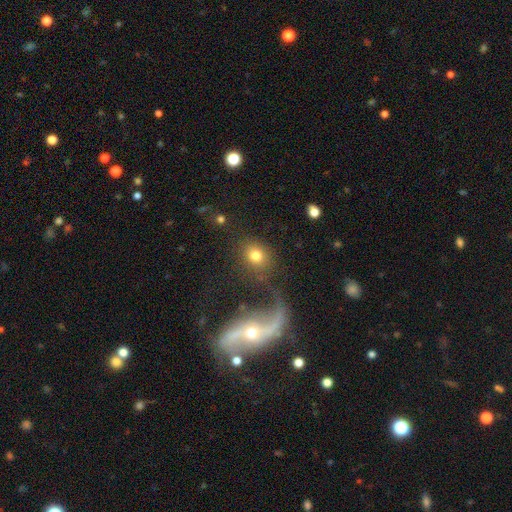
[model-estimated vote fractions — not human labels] Overall: smooth (74%). How rounded: round (63%; in between 35%). Merging: none (67%).